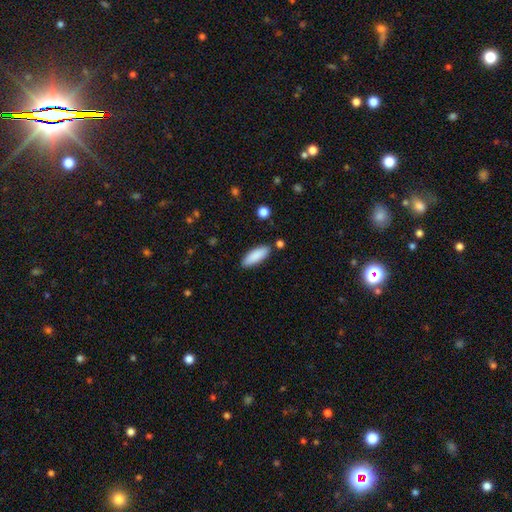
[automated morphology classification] Smooth or featured? smooth (88%)
How rounded? in between (62%)
Merging? none (85%)